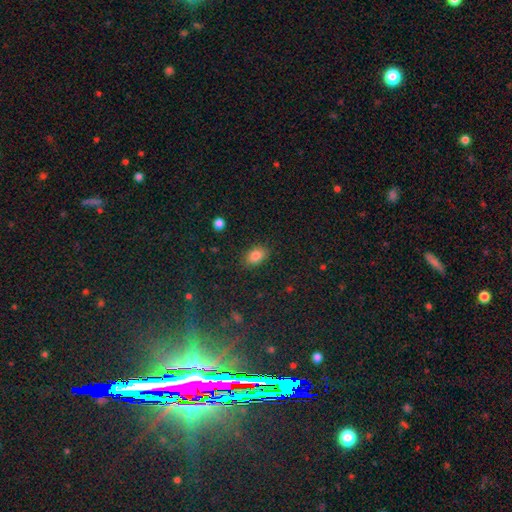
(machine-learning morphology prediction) Overall: smooth (85%). How rounded: in between (86%). Merging: none (86%).